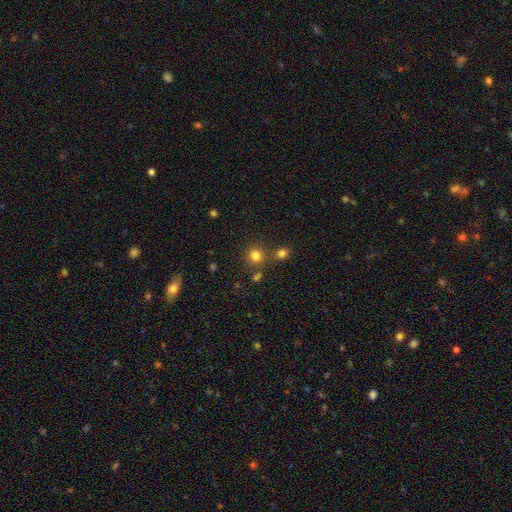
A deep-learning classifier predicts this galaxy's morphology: This appears to be a smooth galaxy with no disk features (78%) that is round (87%). Merging: none (72%).